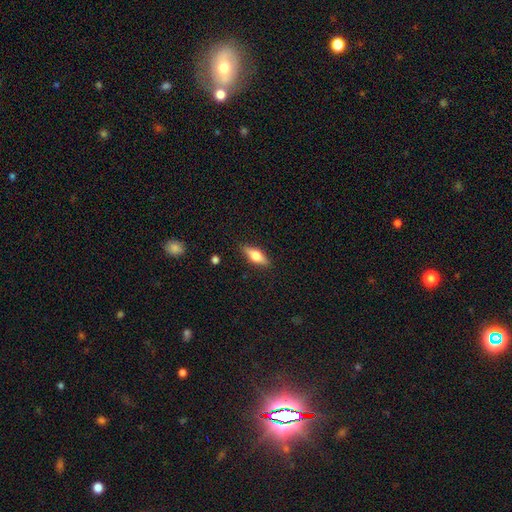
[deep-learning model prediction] Smooth or featured? smooth (52%)
How rounded? in between (59%)
Merging? none (87%)